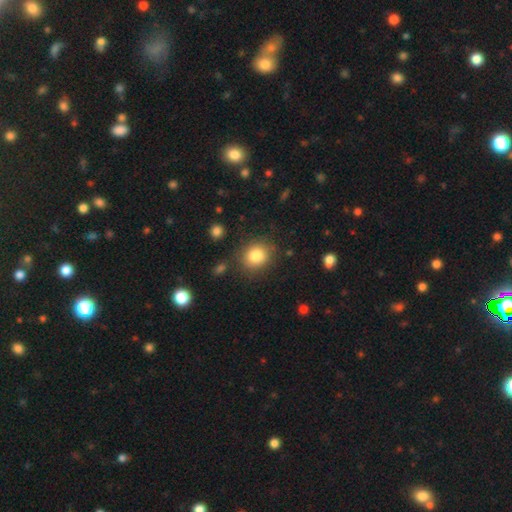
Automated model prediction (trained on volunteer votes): Morphology: type=smooth (83%); roundness=round (72%); merging=none (81%).